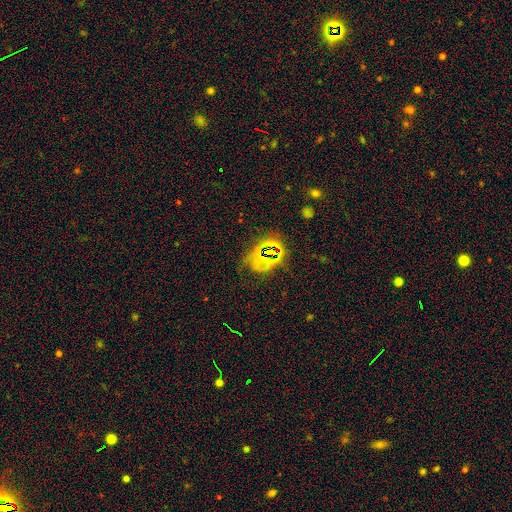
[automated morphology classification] Smooth or featured?
  - star or artifact: 63% *
  - smooth: 22%
  - featured or disk: 15%